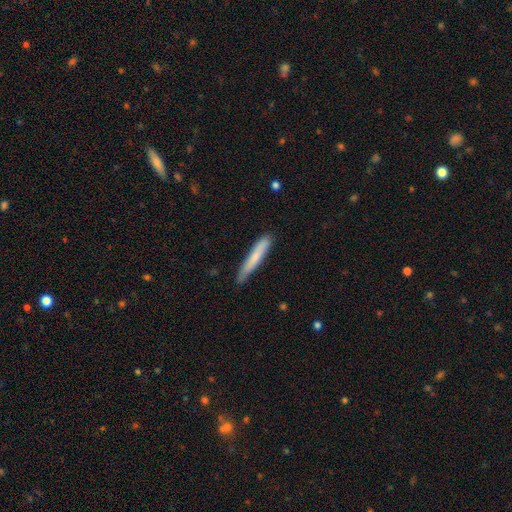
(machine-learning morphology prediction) smooth_or_featured: smooth (p=0.72) [alt: featured or disk p=0.22]
how_rounded: cigar-shaped (p=0.94) [alt: in between p=0.04]
merging: none (p=0.80) [alt: minor disturbance p=0.17]